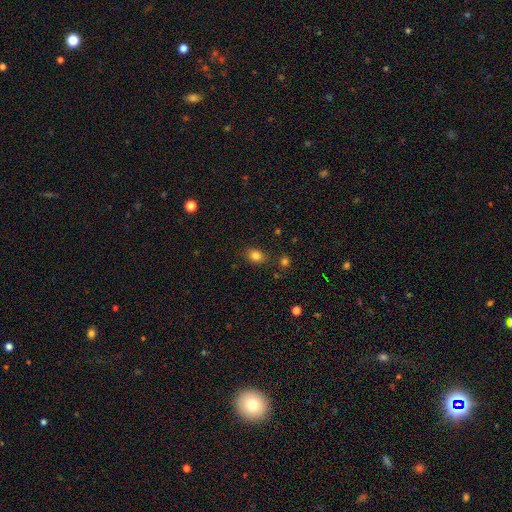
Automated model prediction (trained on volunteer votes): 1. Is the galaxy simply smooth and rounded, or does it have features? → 82% smooth, 12% star or artifact, 6% featured or disk.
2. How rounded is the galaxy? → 57% in between, 42% round, 1% cigar-shaped.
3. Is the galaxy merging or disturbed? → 81% none, 12% minor disturbance, 4% merger, 3% major disturbance.